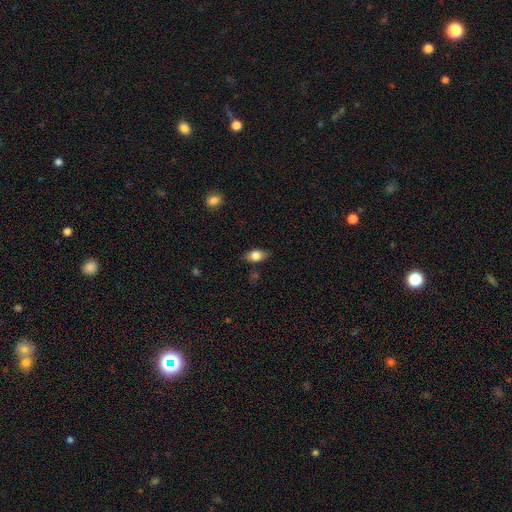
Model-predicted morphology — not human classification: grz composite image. It shows a smooth galaxy with no disk features (78%) that is in between round and cigar-shaped (82%). Merging: none (80%).